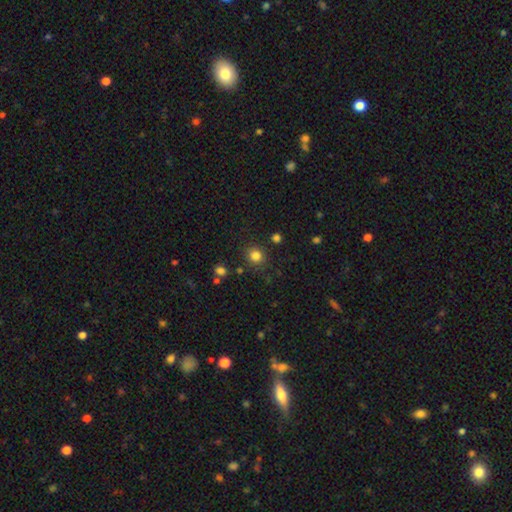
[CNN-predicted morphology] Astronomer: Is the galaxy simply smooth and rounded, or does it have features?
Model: smooth — 82%.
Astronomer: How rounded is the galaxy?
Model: round — 84%.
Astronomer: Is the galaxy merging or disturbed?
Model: none — 84%.